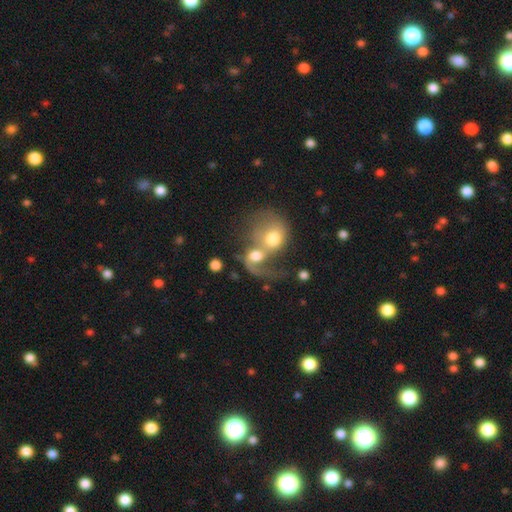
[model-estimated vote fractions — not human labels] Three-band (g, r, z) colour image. It shows a featured or disk galaxy (50%). Merging: merger (79%).